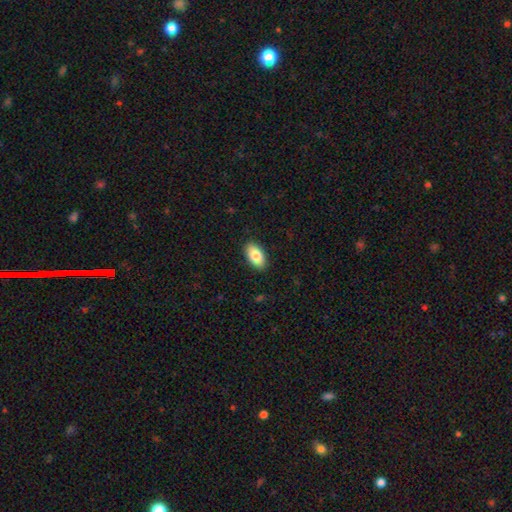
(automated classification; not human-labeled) A smooth galaxy with no disk features (85%) that is in between round and cigar-shaped (95%). Merging: none (89%).